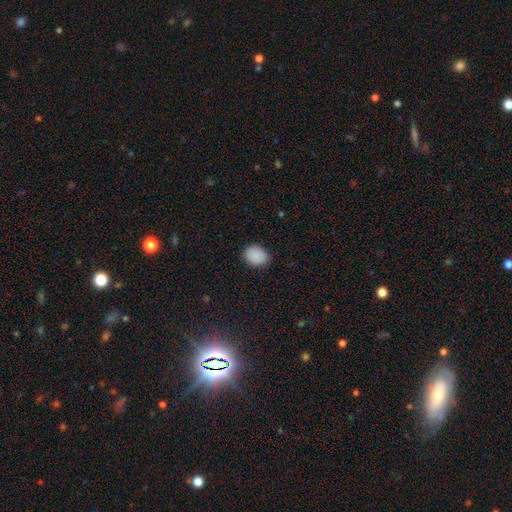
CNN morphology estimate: smooth_or_featured: smooth (p=0.89) [alt: star or artifact p=0.08]
how_rounded: in between (p=0.53) [alt: round p=0.46]
merging: none (p=0.83) [alt: minor disturbance p=0.13]